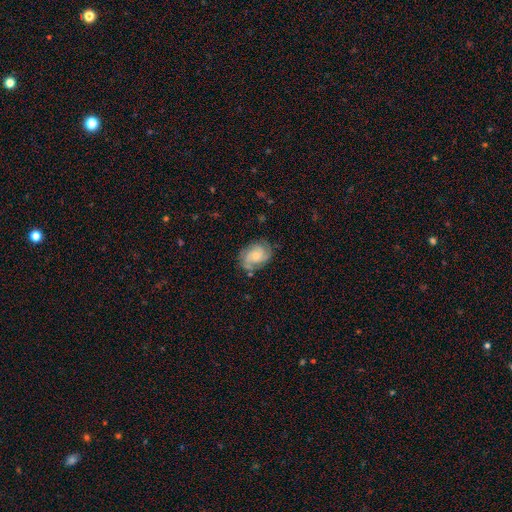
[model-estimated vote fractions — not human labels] Smooth or featured? Predicted: featured or disk (p=0.71). Edge-on disk? Predicted: no (p=0.97). Bar? Predicted: no (p=0.73). Spiral arms? Predicted: yes (p=0.93). Spiral winding? Predicted: tight (p=0.53). Spiral arm count? Predicted: 2 (p=0.40). Bulge size? Predicted: small (p=0.54). Merging? Predicted: none (p=0.71).